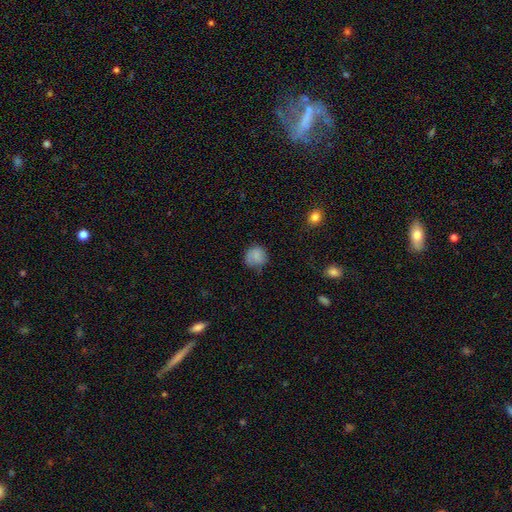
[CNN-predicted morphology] The model was most divided on "merging": none: 67%, minor disturbance: 24%, major disturbance: 7%, merger: 2%. More confident: how rounded — round (85%); smooth or featured — smooth (80%).